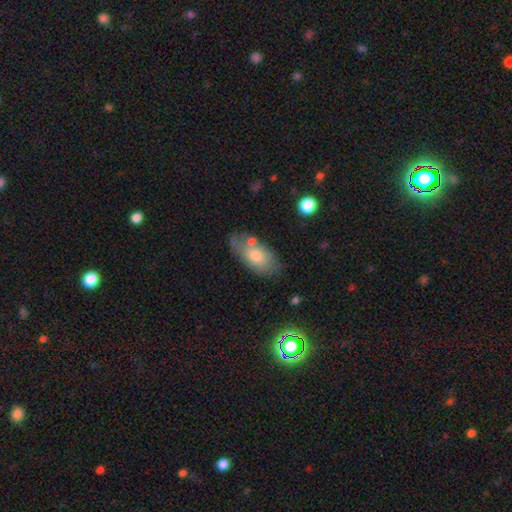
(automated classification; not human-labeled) Smooth or featured?
  - smooth: 66% *
  - featured or disk: 26%
  - star or artifact: 8%
How rounded?
  - in between: 90% *
  - cigar-shaped: 5%
  - round: 5%
Merging?
  - none: 59% *
  - minor disturbance: 22%
  - merger: 11%
  - major disturbance: 7%